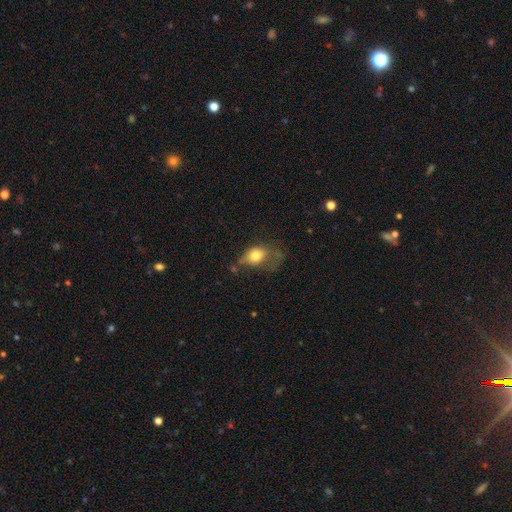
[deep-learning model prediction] Morphology: type=smooth (74%); roundness=in between (71%); merging=major disturbance (32%).